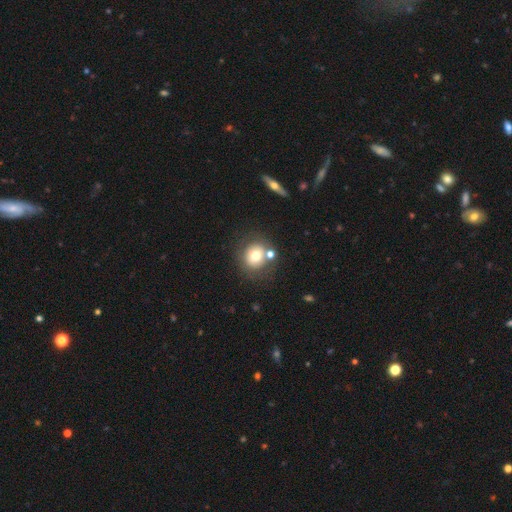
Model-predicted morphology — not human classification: This is likely a smooth galaxy (69%). How rounded: clearly round (82%). Merging: likely none (66%).